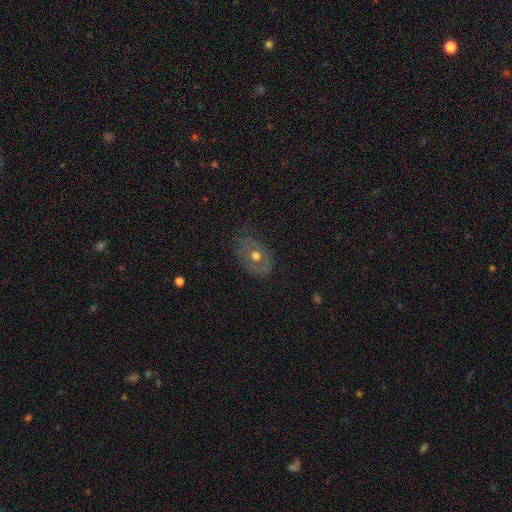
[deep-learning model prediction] Smooth or featured?
  - featured or disk: 53% *
  - smooth: 35%
  - star or artifact: 13%
Edge-on disk?
  - no: 91% *
  - yes: 9%
Merging?
  - none: 72% *
  - minor disturbance: 20%
  - major disturbance: 7%
  - merger: 1%